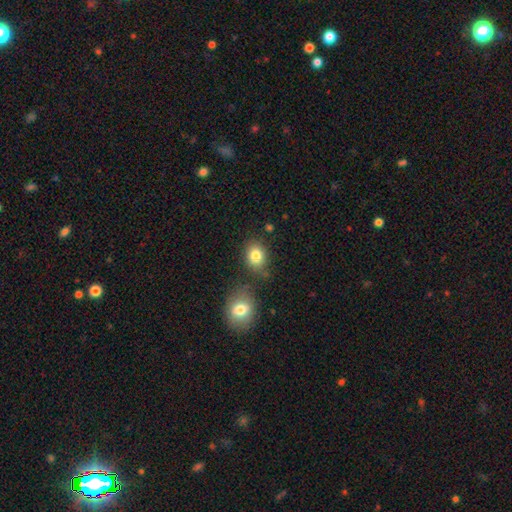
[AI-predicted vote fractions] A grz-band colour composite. It shows a smooth galaxy with no disk features (82%) that is in between round and cigar-shaped (51%). Merging: none (72%).